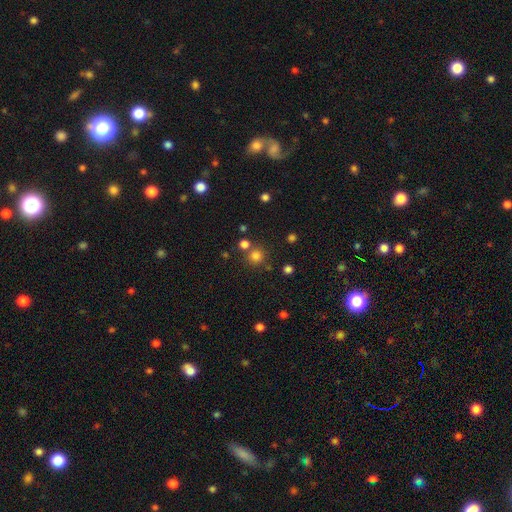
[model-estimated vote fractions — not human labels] smooth-or-featured: smooth: 79% | star or artifact: 16% | featured or disk: 5%
  how-rounded: round: 93% | in between: 6% | cigar-shaped: 1%
  merging: none: 77% | merger: 13% | minor disturbance: 7% | major disturbance: 3%